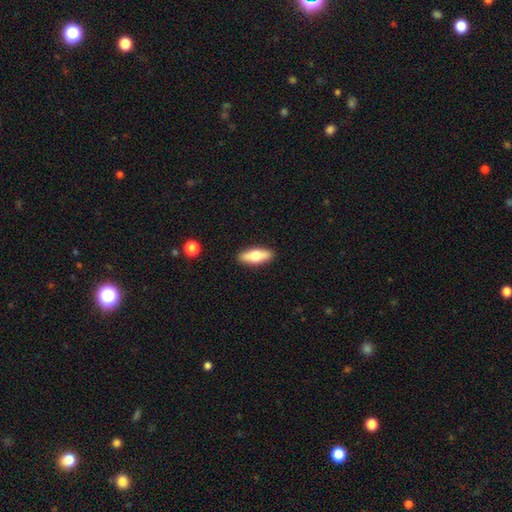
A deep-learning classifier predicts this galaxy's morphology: Overall: smooth (62%; featured or disk 32%). How rounded: in between (60%; cigar-shaped 37%). Merging: none (90%).